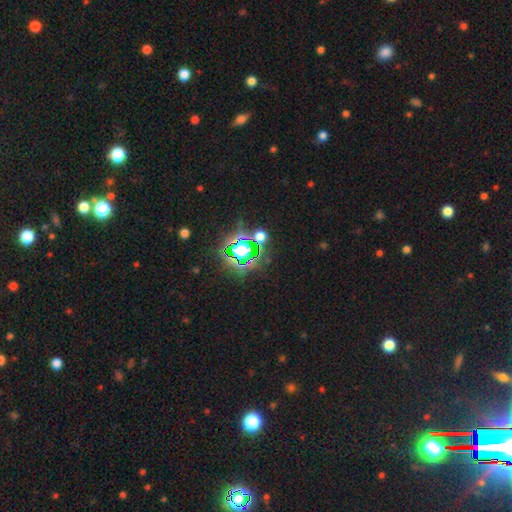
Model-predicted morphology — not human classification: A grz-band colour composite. It shows a star or artifact, not a galaxy (82%).